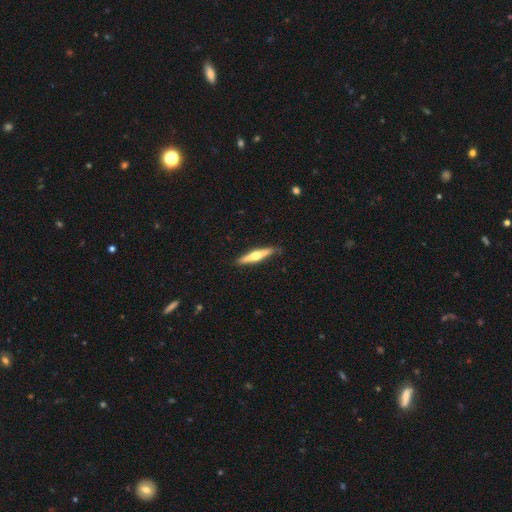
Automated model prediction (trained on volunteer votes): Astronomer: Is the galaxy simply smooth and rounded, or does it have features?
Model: featured or disk — 60% (runner-up: smooth, 35%).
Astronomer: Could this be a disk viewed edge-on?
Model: yes — 96%.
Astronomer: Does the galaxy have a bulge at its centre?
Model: rounded — 94%.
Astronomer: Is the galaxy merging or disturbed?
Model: none — 88%.